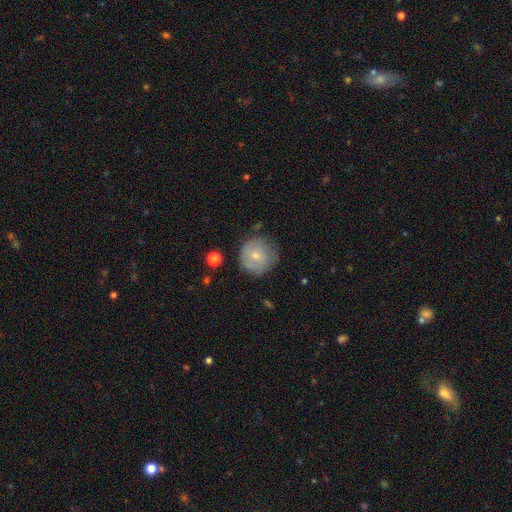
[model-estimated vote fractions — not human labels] Q: Smooth or featured?
A: smooth (64%); runner-up: featured or disk (29%)
Q: How rounded?
A: round (93%); runner-up: in between (6%)
Q: Merging?
A: none (71%); runner-up: minor disturbance (20%)